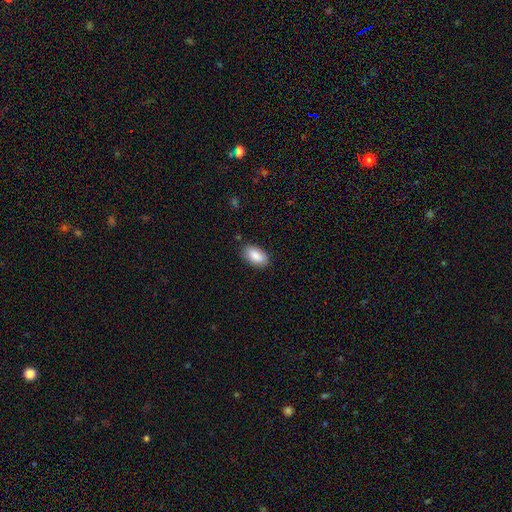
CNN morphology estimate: Q: Smooth or featured?
A: smooth (87%); runner-up: star or artifact (7%)
Q: How rounded?
A: in between (93%); runner-up: round (4%)
Q: Merging?
A: none (84%); runner-up: minor disturbance (12%)